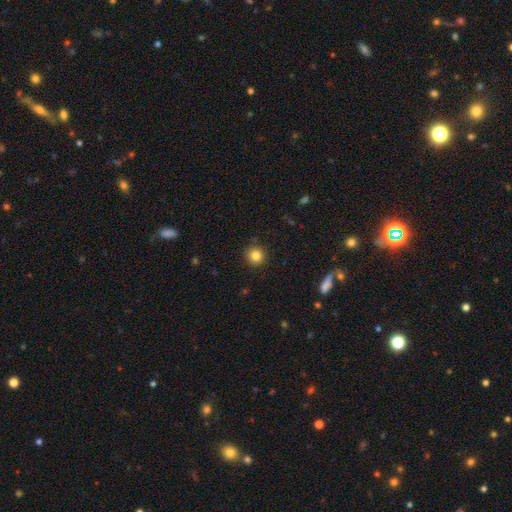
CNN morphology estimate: A smooth galaxy with no disk features (83%) that is round (94%).

Vote fractions:
- Smooth or featured? smooth: 83% / star or artifact: 11% / featured or disk: 5%
- How rounded? round: 94% / in between: 5% / cigar-shaped: 1%
- Merging? none: 91% / minor disturbance: 6% / major disturbance: 2% / merger: 1%